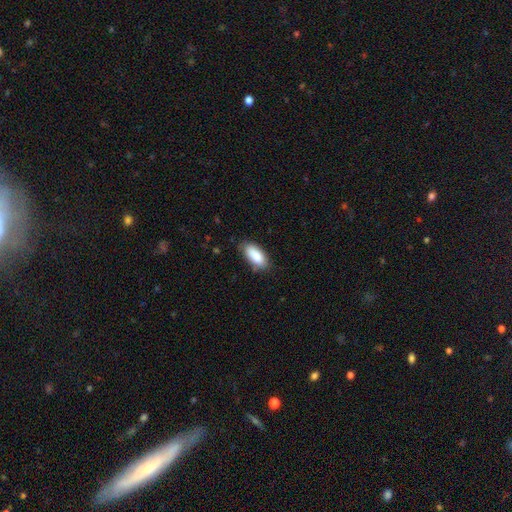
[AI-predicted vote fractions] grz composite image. It shows a smooth galaxy with no disk features (87%) that is in between round and cigar-shaped (89%). Merging: none (78%).